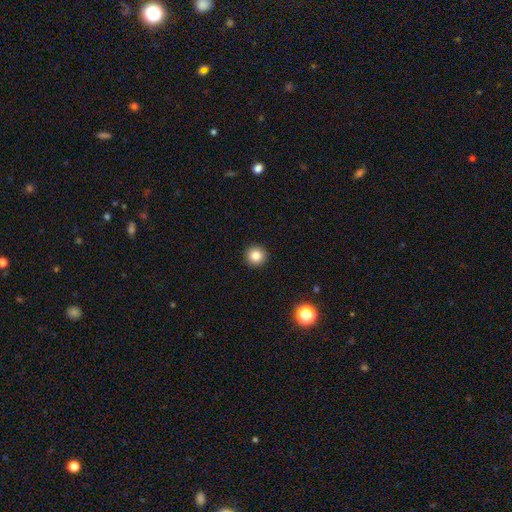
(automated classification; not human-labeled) Q: Smooth or featured?
A: smooth (83%); runner-up: star or artifact (11%)
Q: How rounded?
A: round (95%); runner-up: in between (4%)
Q: Merging?
A: none (93%); runner-up: minor disturbance (4%)